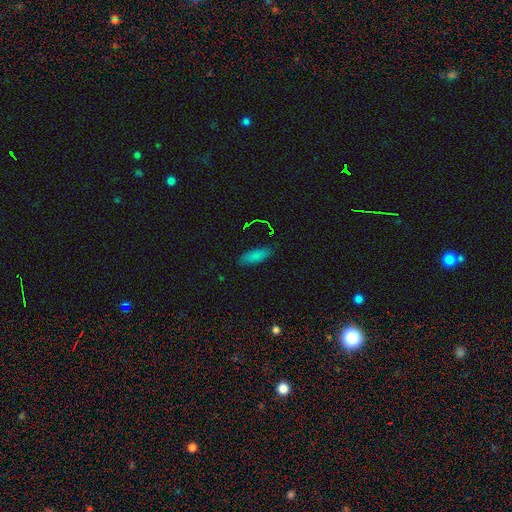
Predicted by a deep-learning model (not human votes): Morphology: type=smooth (81%); roundness=in between (73%); merging=none (84%).